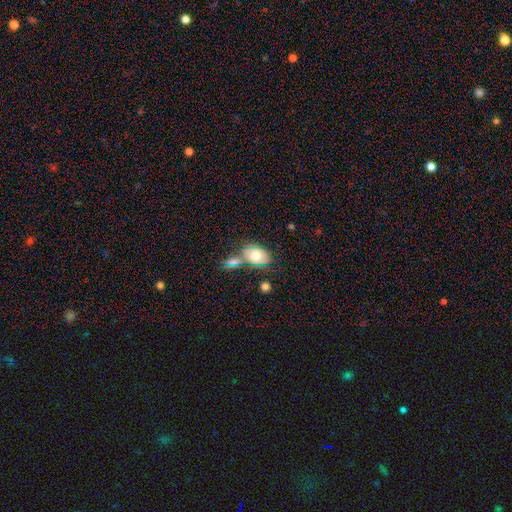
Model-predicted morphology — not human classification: Q: Smooth or featured?
A: smooth (66%); runner-up: featured or disk (19%)
Q: How rounded?
A: in between (76%); runner-up: round (22%)
Q: Merging?
A: none (61%); runner-up: minor disturbance (16%)